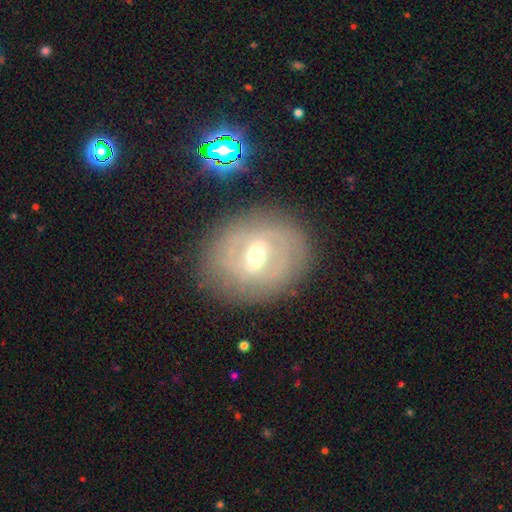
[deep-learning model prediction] smooth_or_featured: featured or disk (p=0.73) [alt: smooth p=0.20]
disk_edge_on: no (p=0.92) [alt: yes p=0.08]
bar: weak (p=0.47) [alt: strong p=0.41]
has_spiral_arms: yes (p=0.57) [alt: no p=0.43]
bulge_size: moderate (p=0.67) [alt: small p=0.25]
merging: none (p=0.80) [alt: minor disturbance p=0.13]